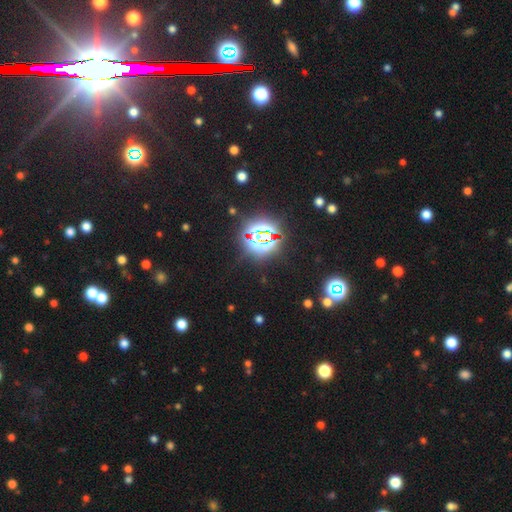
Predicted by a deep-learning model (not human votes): A star or artifact, not a galaxy (84%).